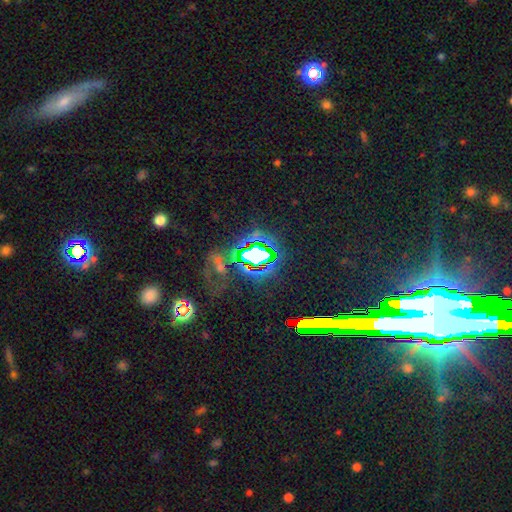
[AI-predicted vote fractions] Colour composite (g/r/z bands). It shows a star or artifact, not a galaxy (68%).